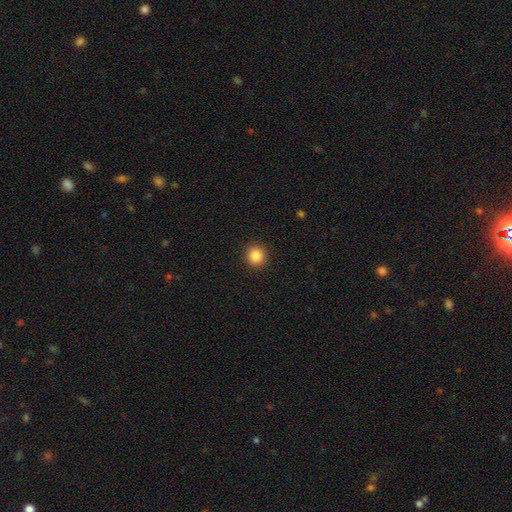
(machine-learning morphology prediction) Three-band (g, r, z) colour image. It shows a smooth galaxy with no disk features (85%) that is round (91%). Merging: none (92%).